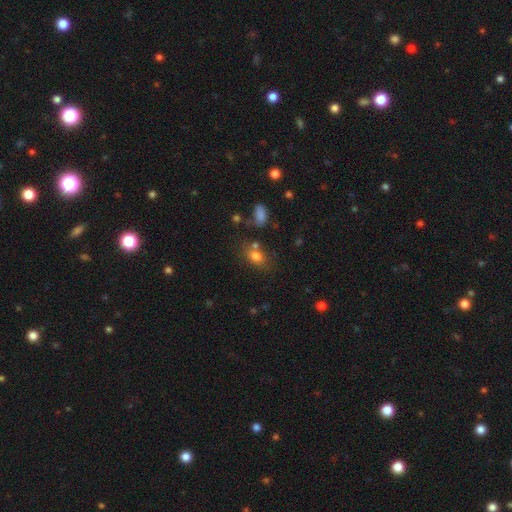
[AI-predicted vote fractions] Morphology: type=smooth (78%); roundness=in between (71%); merging=none (58%).